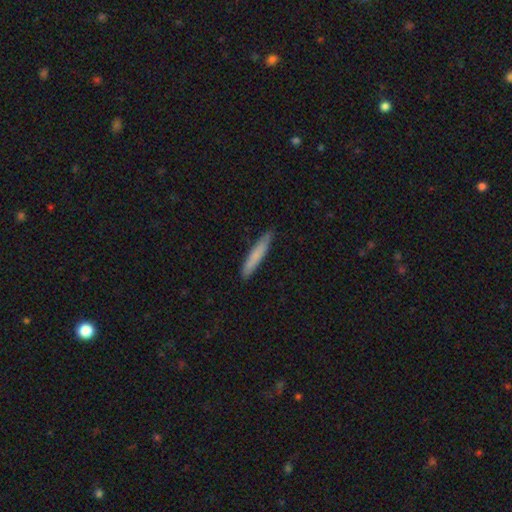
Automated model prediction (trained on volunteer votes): Overall: smooth (75%). How rounded: cigar-shaped (94%). Merging: none (87%).